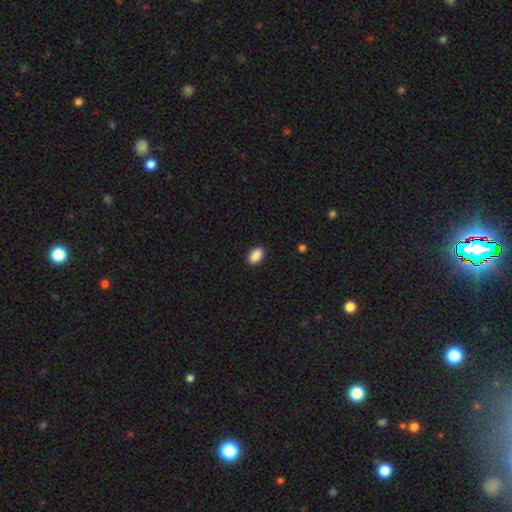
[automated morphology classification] This appears to be a smooth galaxy with no disk features (90%) that is in between round and cigar-shaped (89%). Merging: none (89%).